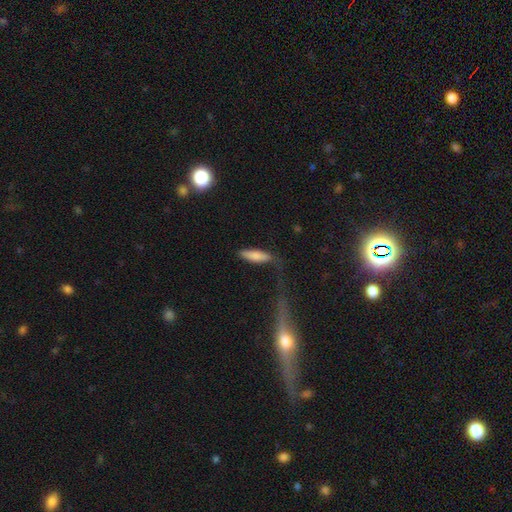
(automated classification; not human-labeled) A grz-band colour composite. It shows a smooth galaxy with no disk features (80%) that is cigar-shaped (57%). Merging: none (60%).